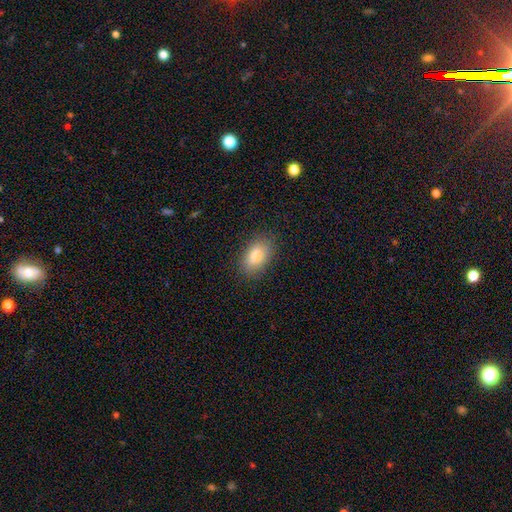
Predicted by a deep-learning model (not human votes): A smooth galaxy with no disk features (81%) that is in between round and cigar-shaped (88%).

Vote fractions:
- Smooth or featured? smooth: 81% / featured or disk: 11% / star or artifact: 8%
- How rounded? in between: 88% / round: 9% / cigar-shaped: 2%
- Merging? none: 86% / minor disturbance: 10% / major disturbance: 3% / merger: 1%